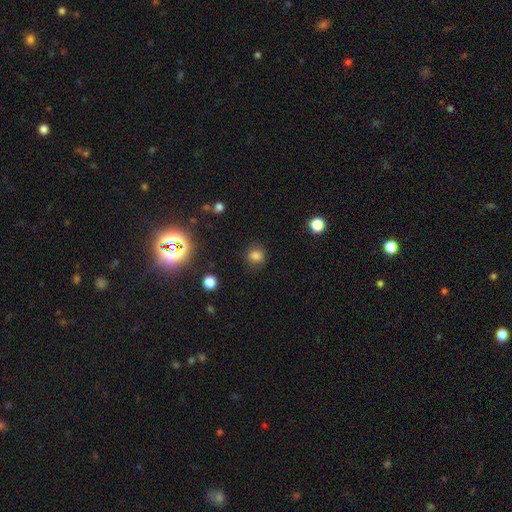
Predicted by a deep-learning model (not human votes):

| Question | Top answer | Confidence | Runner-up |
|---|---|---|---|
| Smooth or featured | smooth | 79% | star or artifact (15%) |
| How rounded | round | 84% | in between (15%) |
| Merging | none | 85% | minor disturbance (10%) |